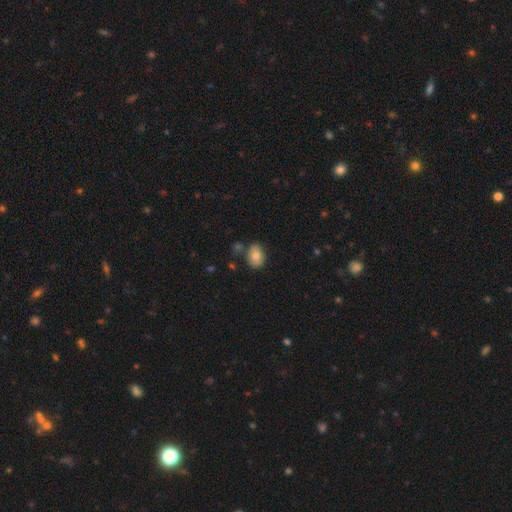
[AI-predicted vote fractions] This appears to be a smooth galaxy with no disk features (77%) that is in between round and cigar-shaped (69%). Merging: none (74%).